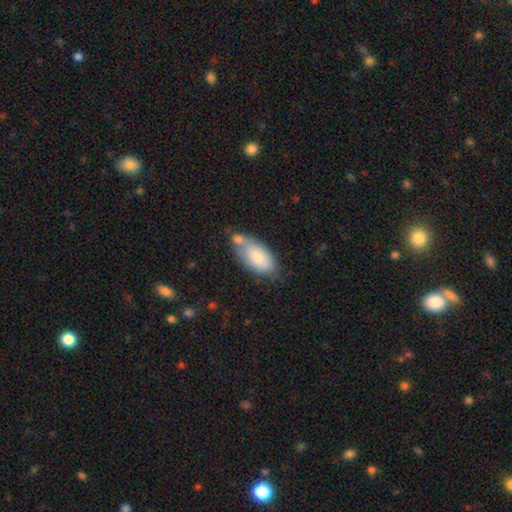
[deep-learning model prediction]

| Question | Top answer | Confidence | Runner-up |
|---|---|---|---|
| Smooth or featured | smooth | 77% | featured or disk (16%) |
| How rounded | in between | 92% | cigar-shaped (5%) |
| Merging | none | 44% | merger (27%) |